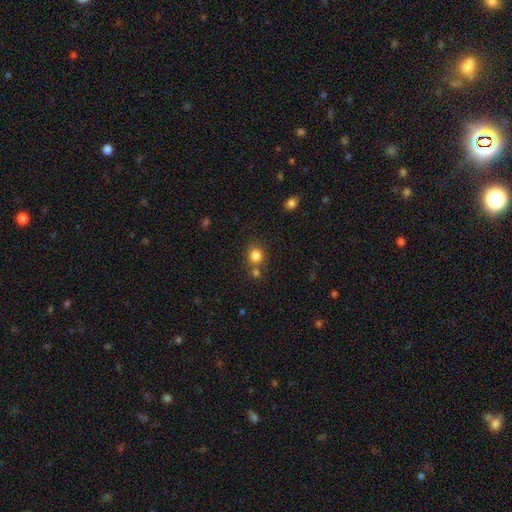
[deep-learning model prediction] The model was most divided on "merging": none: 67%, merger: 19%, minor disturbance: 10%, major disturbance: 3%. More confident: smooth or featured — smooth (82%); how rounded — round (79%).